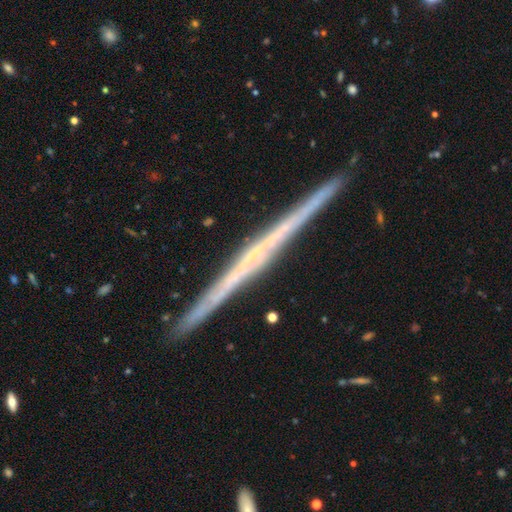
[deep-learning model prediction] Q: Smooth or featured?
A: featured or disk (81%); runner-up: smooth (14%)
Q: Edge-on disk?
A: yes (98%); runner-up: no (2%)
Q: Edge-on bulge?
A: none (74%); runner-up: rounded (18%)
Q: Merging?
A: none (92%); runner-up: minor disturbance (6%)